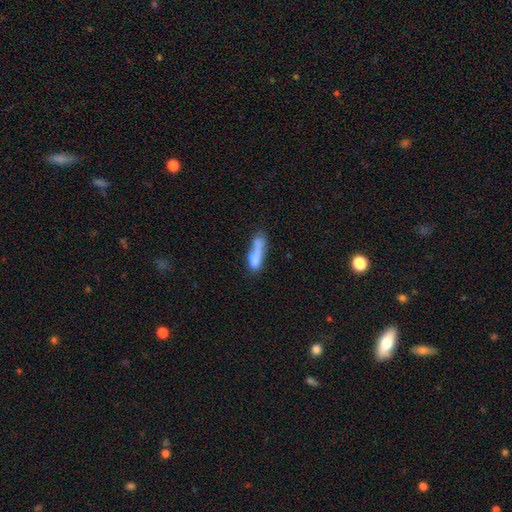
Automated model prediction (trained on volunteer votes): A smooth galaxy with no disk features (71%) that is cigar-shaped (57%). Merging: none (35%).